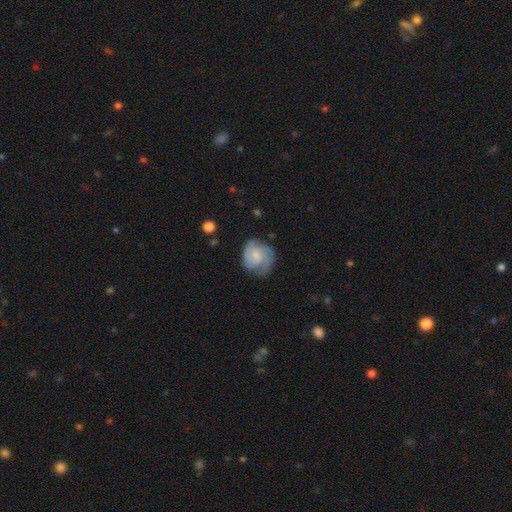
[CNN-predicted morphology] Smooth or featured: featured or disk — 63% (smooth — 30%)
Edge-on disk: no — 98% (yes — 2%)
Bar: no — 68% (weak — 29%)
Spiral arms: yes — 90% (no — 10%)
Spiral winding: medium — 43% (tied with tight — 43%)
Spiral arm count: 3 — 35% (2 — 28%)
Bulge size: small — 42% (moderate — 39%)
Merging: none — 62% (minor disturbance — 25%)